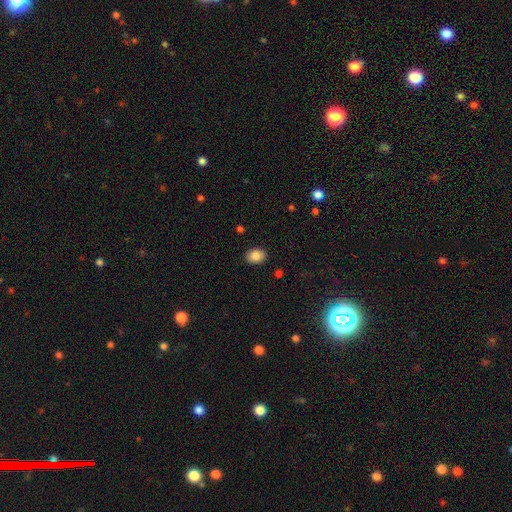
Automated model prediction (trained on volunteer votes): smooth-or-featured: smooth: 86% | star or artifact: 8% | featured or disk: 6%
  how-rounded: in between: 70% | round: 29% | cigar-shaped: 1%
  merging: none: 89% | minor disturbance: 8% | major disturbance: 2% | merger: 1%